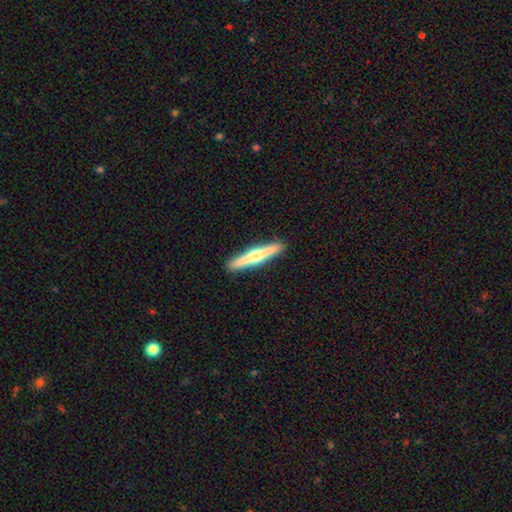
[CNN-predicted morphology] The model was most divided on "smooth or featured": featured or disk: 64%, smooth: 31%, star or artifact: 5%. More confident: edge-on disk — yes (98%); merging — none (92%); edge-on bulge — rounded (91%).